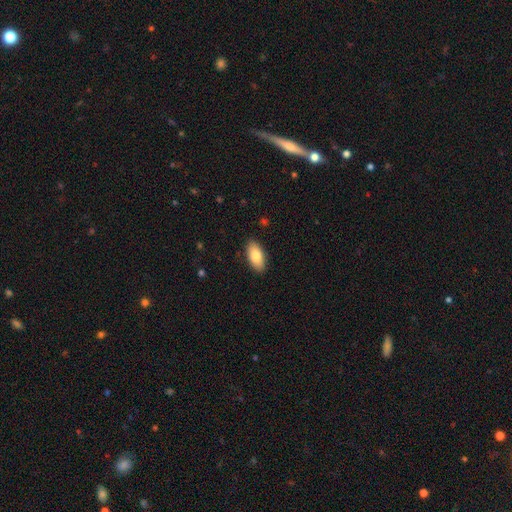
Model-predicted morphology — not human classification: Overall: smooth (83%). How rounded: in between (92%). Merging: none (89%).